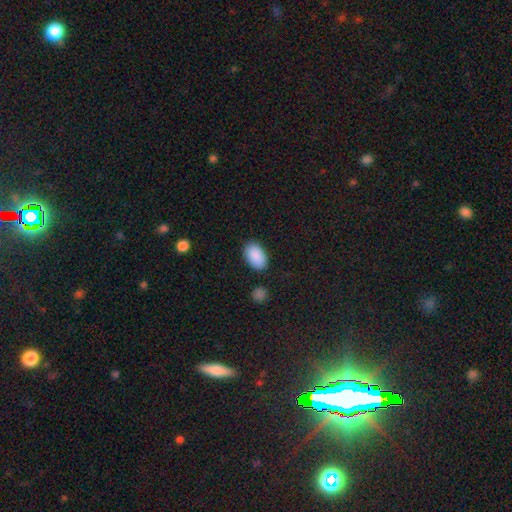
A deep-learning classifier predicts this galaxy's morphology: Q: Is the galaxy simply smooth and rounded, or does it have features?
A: smooth — 90%.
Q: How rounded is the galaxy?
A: in between — 93%.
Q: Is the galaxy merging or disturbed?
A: none — 84%.